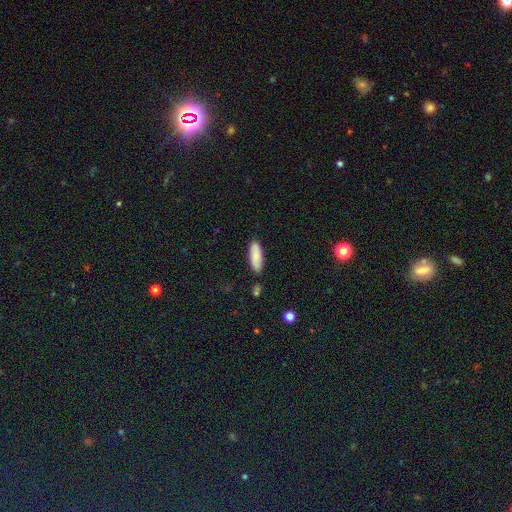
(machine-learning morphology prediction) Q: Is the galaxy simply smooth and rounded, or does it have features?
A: smooth — 86%.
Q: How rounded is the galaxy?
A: in between — 59%.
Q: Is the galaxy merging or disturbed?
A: none — 86%.